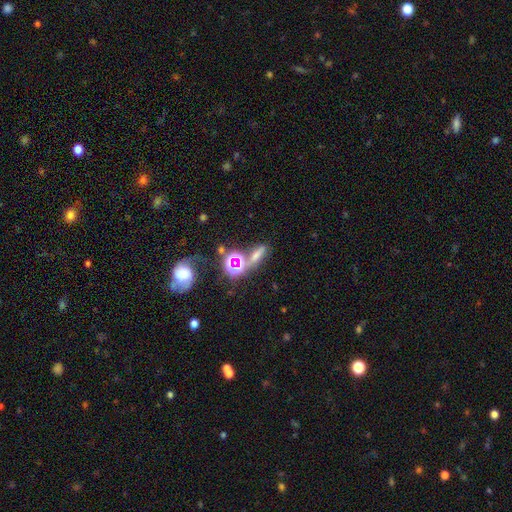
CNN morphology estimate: Smooth or featured?
  - smooth: 46% *
  - star or artifact: 36%
  - featured or disk: 18%
Merging?
  - none: 61% *
  - merger: 17%
  - minor disturbance: 14%
  - major disturbance: 8%